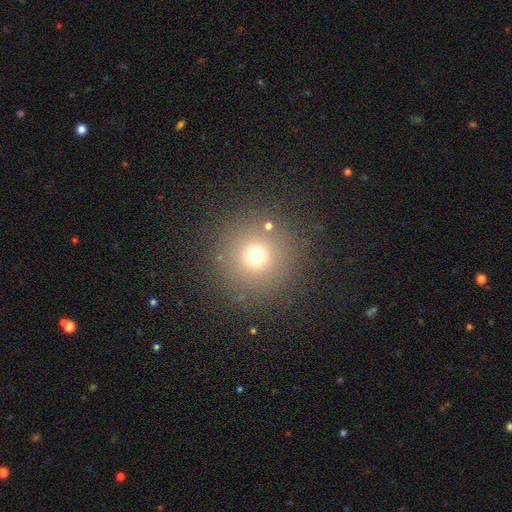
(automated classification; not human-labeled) Q: Smooth or featured?
A: smooth (69%); runner-up: star or artifact (22%)
Q: How rounded?
A: round (95%); runner-up: in between (4%)
Q: Merging?
A: none (85%); runner-up: minor disturbance (7%)